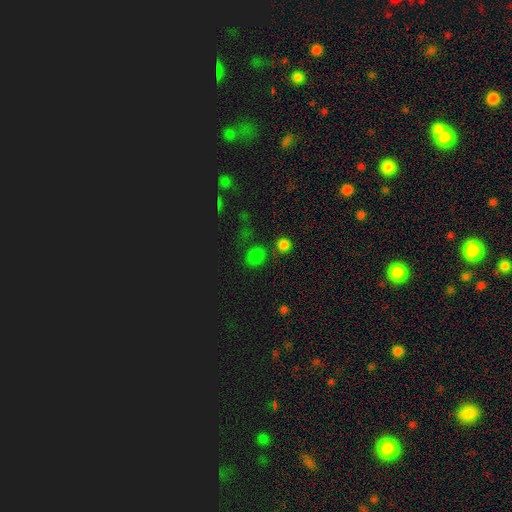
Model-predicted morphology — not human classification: Smooth or featured? smooth (61%)
How rounded? round (78%)
Merging? none (74%)